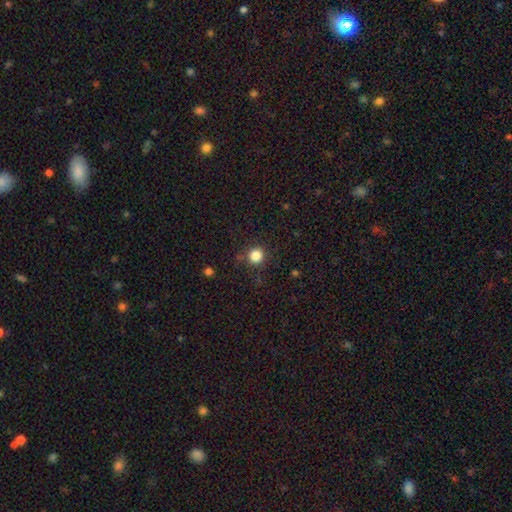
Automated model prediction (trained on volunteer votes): Q: Smooth or featured?
A: smooth (84%); runner-up: star or artifact (12%)
Q: How rounded?
A: round (93%); runner-up: in between (6%)
Q: Merging?
A: none (85%); runner-up: minor disturbance (10%)